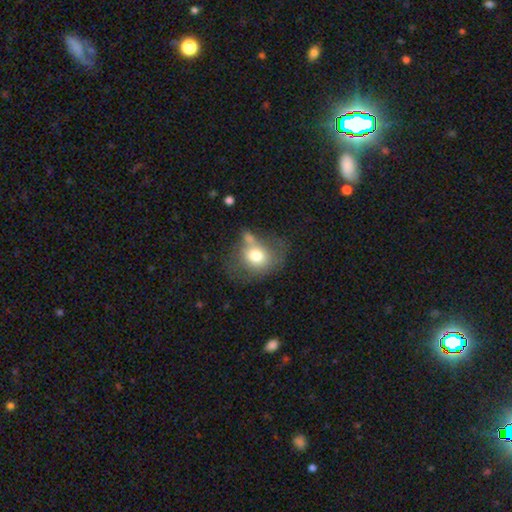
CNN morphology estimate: Smooth or featured? smooth (71%)
How rounded? round (57%)
Merging? none (42%)